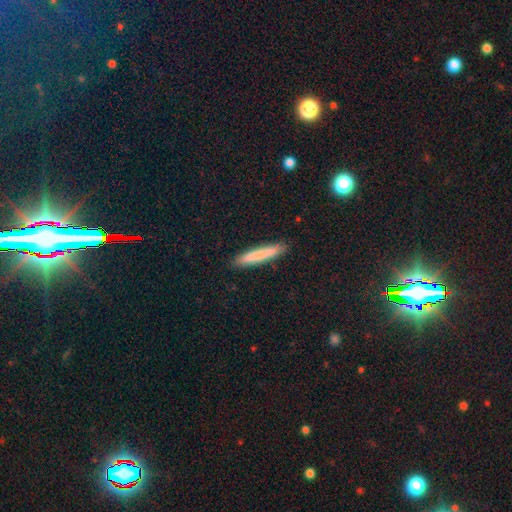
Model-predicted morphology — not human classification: smooth_or_featured: smooth (p=0.78) [alt: featured or disk p=0.15]
how_rounded: cigar-shaped (p=0.94) [alt: in between p=0.05]
merging: none (p=0.91) [alt: minor disturbance p=0.07]